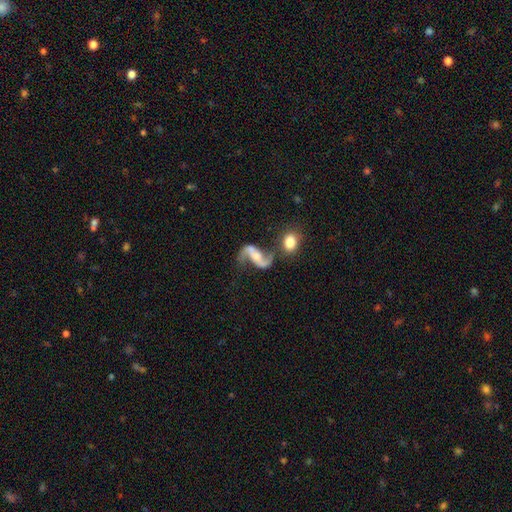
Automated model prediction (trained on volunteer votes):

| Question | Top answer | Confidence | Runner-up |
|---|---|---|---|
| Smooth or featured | featured or disk | 85% | smooth (8%) |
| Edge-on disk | no | 96% | yes (4%) |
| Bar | no | 36% | weak (34%) |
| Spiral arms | yes | 95% | no (5%) |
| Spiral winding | loose | 82% | medium (14%) |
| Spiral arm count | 2 | 93% | 1 (3%) |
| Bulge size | small | 39% | moderate (33%) |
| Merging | none | 51% | merger (19%) |